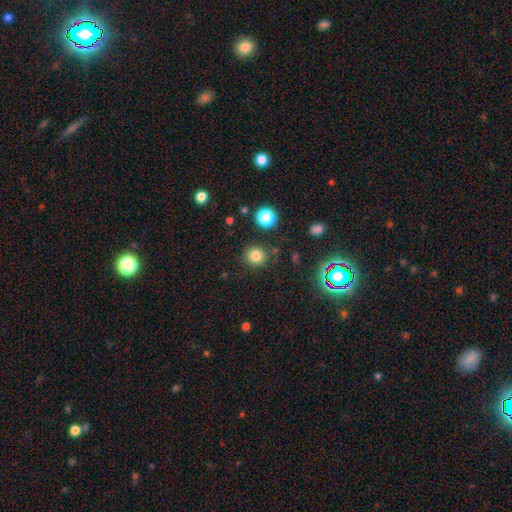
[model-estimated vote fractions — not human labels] smooth-or-featured: smooth: 80% | star or artifact: 15% | featured or disk: 5%
  how-rounded: round: 89% | in between: 10% | cigar-shaped: 1%
  merging: none: 84% | minor disturbance: 9% | merger: 4% | major disturbance: 3%